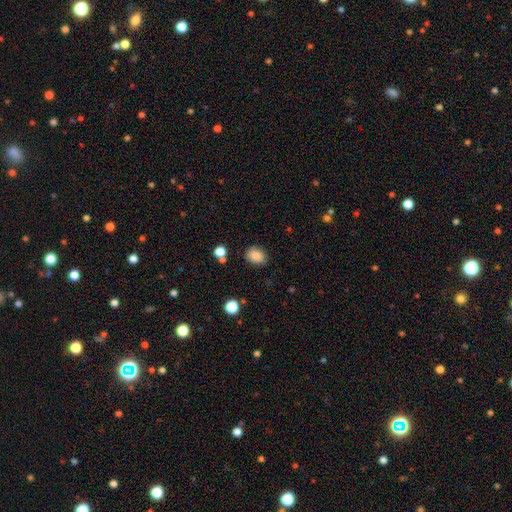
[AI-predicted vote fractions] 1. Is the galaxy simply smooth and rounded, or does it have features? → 86% smooth, 9% star or artifact, 4% featured or disk.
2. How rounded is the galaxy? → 63% in between, 36% round, 1% cigar-shaped.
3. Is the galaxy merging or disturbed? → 81% none, 13% minor disturbance, 3% major disturbance, 3% merger.